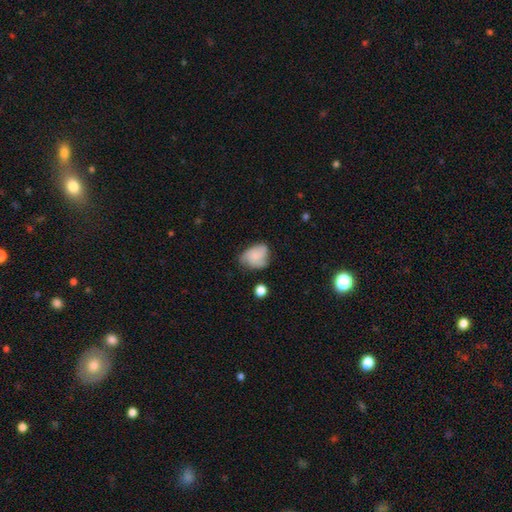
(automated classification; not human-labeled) smooth_or_featured: smooth (p=0.56) [alt: featured or disk p=0.35]
how_rounded: in between (p=0.64) [alt: round p=0.35]
merging: none (p=0.48) [alt: minor disturbance p=0.34]